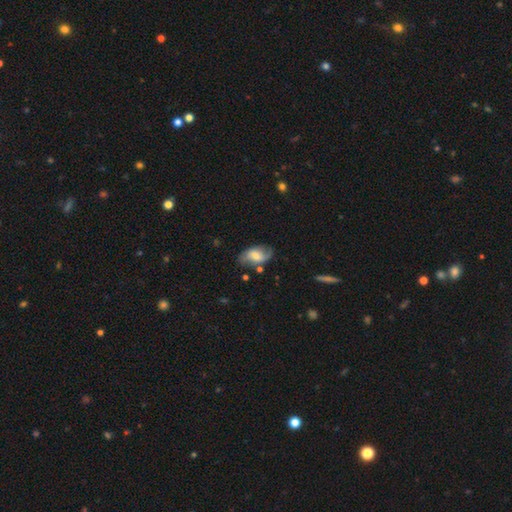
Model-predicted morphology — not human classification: Smooth or featured? featured or disk (49%)
Merging? none (64%)